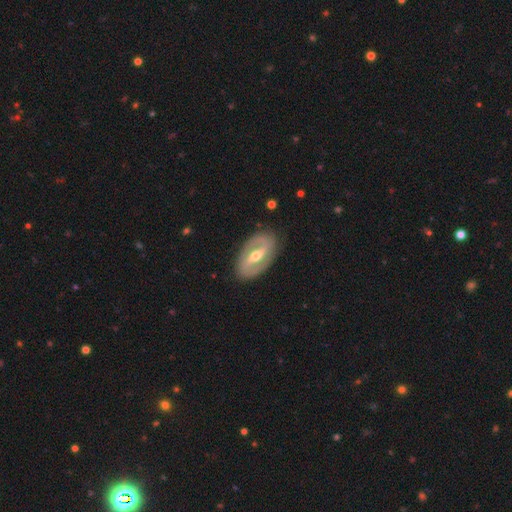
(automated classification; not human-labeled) Smooth or featured?
  - featured or disk: 81% *
  - smooth: 14%
  - star or artifact: 5%
Edge-on disk?
  - no: 93% *
  - yes: 7%
Bar?
  - strong: 55% *
  - weak: 33%
  - no: 12%
Spiral arms?
  - yes: 78% *
  - no: 22%
Spiral winding?
  - medium: 41% *
  - tight: 35%
  - loose: 24%
Spiral arm count?
  - 2: 86% *
  - can't tell: 8%
  - 1: 3%
  - 3: 1%
  - 4: 1%
  - more than 4: 1%
Bulge size?
  - moderate: 66% *
  - small: 28%
  - large: 4%
  - none: 1%
  - dominant: 1%
Merging?
  - none: 85% *
  - minor disturbance: 10%
  - major disturbance: 3%
  - merger: 1%